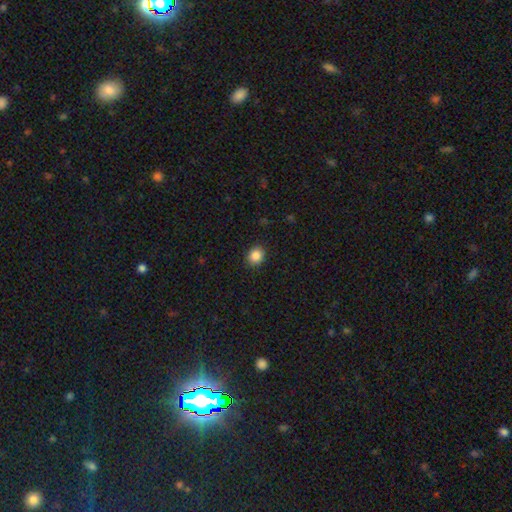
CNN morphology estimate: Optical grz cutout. It shows a smooth galaxy with no disk features (87%) that is round (63%). Merging: none (90%).